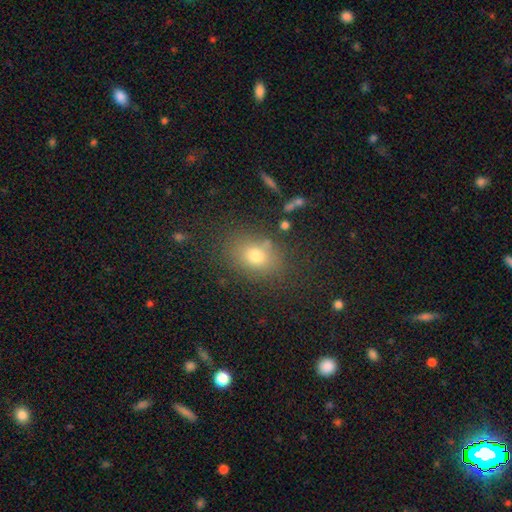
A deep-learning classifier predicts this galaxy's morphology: smooth 74%, star or artifact 15%, featured or disk 12%. Down the decision tree: how rounded — in between (62%); merging — none (77%).